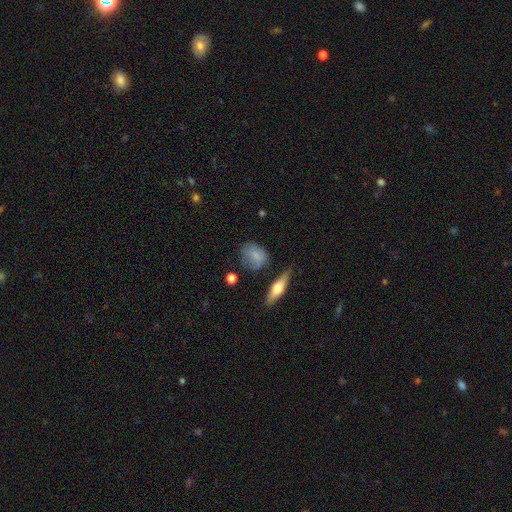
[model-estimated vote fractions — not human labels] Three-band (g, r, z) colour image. It shows a smooth galaxy with no disk features (76%) that is round (50%). Merging: none (59%).